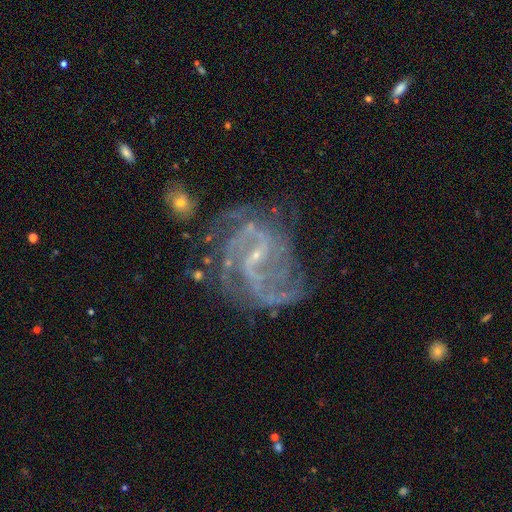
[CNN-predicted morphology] Smooth or featured? featured or disk (88%)
Edge-on disk? no (98%)
Bar? weak (50%)
Spiral arms? yes (96%)
Spiral winding? medium (50%)
Spiral arm count? 2 (39%)
Bulge size? small (80%)
Merging? none (59%)